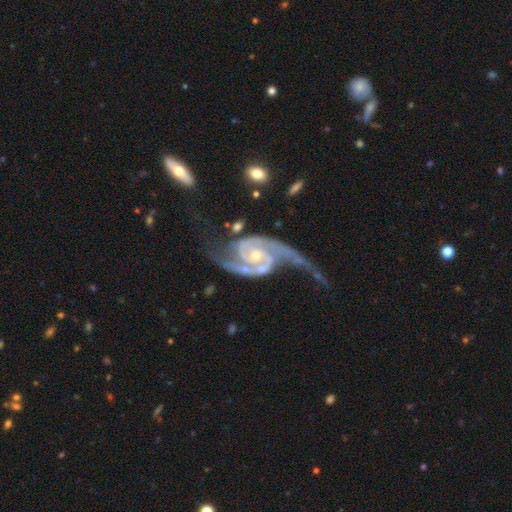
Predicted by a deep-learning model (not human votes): smooth_or_featured: featured or disk (p=0.94) [alt: star or artifact p=0.04]
disk_edge_on: no (p=0.98) [alt: yes p=0.02]
bar: no (p=0.56) [alt: weak p=0.31]
has_spiral_arms: yes (p=0.99) [alt: no p=0.01]
spiral_winding: medium (p=0.51) [alt: loose p=0.25]
spiral_arm_count: 2 (p=0.92) [alt: 3 p=0.02]
bulge_size: small (p=0.55) [alt: moderate p=0.41]
merging: none (p=0.45) [alt: major disturbance p=0.26]